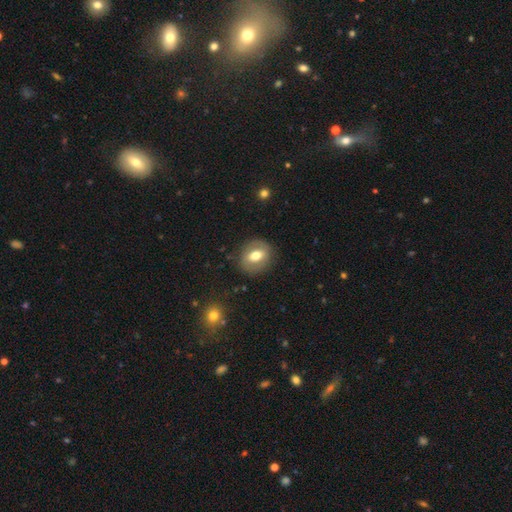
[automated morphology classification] This is possibly a smooth galaxy (56%). How rounded: likely round (60%). Merging: clearly none (84%).